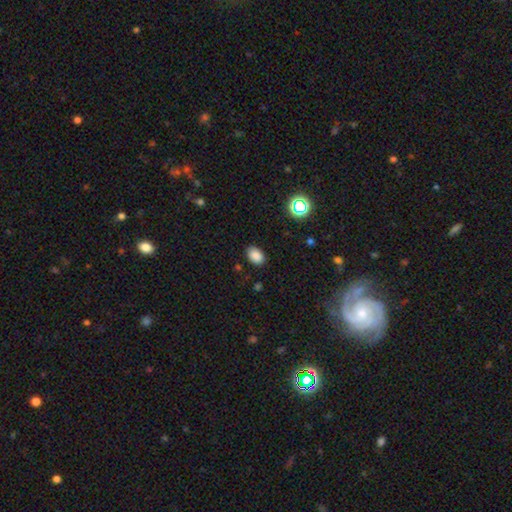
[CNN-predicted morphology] Smooth or featured: smooth — 85% (star or artifact — 11%)
How rounded: in between — 84% (round — 15%)
Merging: none — 86% (minor disturbance — 11%)